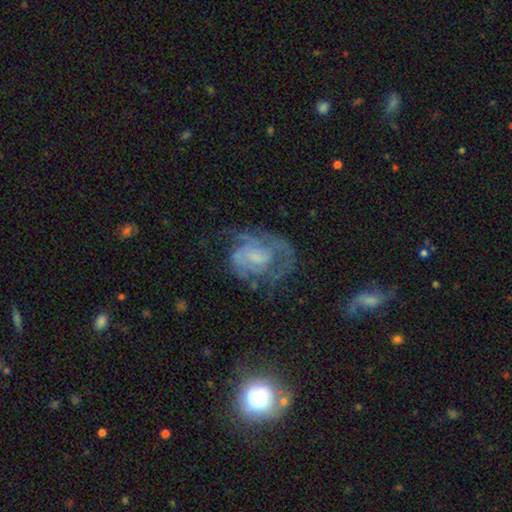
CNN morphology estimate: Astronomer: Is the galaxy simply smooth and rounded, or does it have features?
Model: featured or disk — 72%.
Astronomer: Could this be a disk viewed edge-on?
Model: no — 97%.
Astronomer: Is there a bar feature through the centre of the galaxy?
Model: no — 61%.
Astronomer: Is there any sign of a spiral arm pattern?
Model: yes — 79%.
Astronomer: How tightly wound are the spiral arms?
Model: medium — 42% (runner-up: tight, 39%).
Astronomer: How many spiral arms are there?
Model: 2 — 38% (runner-up: can't tell, 32%).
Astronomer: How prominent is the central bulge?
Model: small — 43% (runner-up: none, 29%).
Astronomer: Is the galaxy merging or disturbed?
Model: none — 49% (runner-up: major disturbance, 26%).